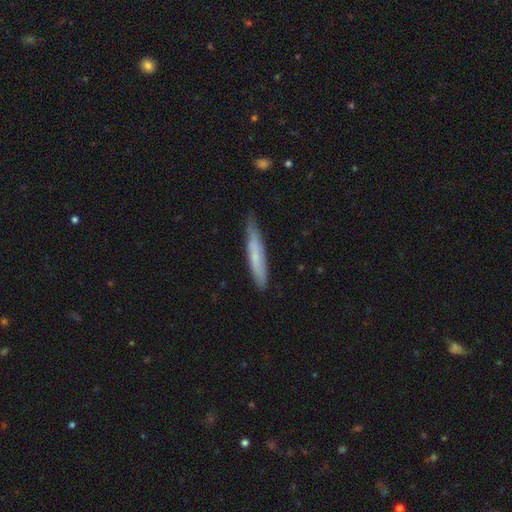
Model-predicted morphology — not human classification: A smooth galaxy with no disk features (60%) that is cigar-shaped (91%). Merging: none (73%).